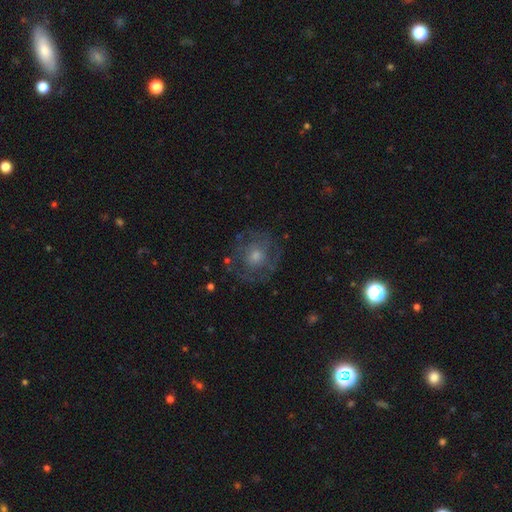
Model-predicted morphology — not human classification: featured or disk 53%, smooth 33%, star or artifact 14%. Down the decision tree: edge-on disk — no (97%); bar — no (85%); spiral arms — yes (50%, tied with no); bulge size — moderate (54%); merging — none (75%).